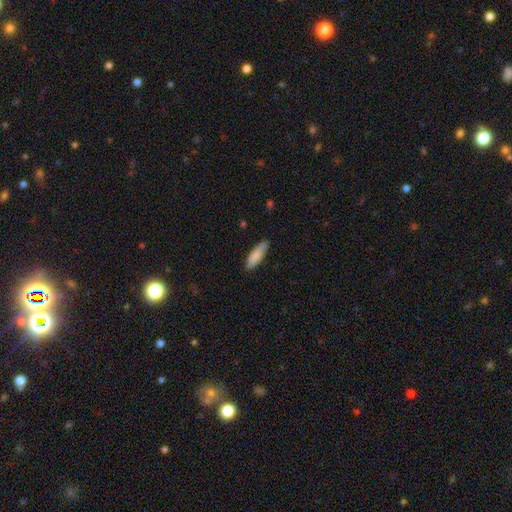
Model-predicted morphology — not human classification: Smooth or featured? smooth (84%)
How rounded? cigar-shaped (56%)
Merging? none (79%)